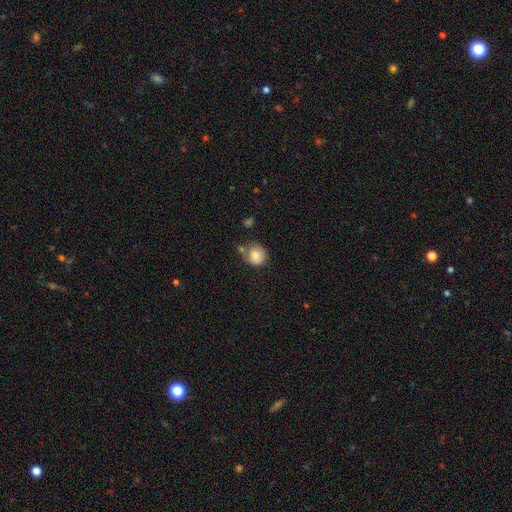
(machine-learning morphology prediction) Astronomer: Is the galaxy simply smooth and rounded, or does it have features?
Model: smooth — 81%.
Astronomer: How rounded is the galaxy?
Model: round — 84%.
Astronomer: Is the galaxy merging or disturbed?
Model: none — 59%.